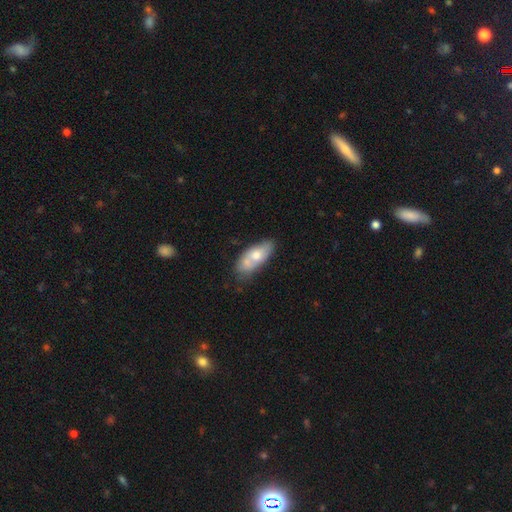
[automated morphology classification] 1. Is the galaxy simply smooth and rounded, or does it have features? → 62% smooth, 31% featured or disk, 6% star or artifact.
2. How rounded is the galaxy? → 82% in between, 15% cigar-shaped, 4% round.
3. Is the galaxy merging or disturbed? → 49% none, 26% merger, 20% minor disturbance, 6% major disturbance.